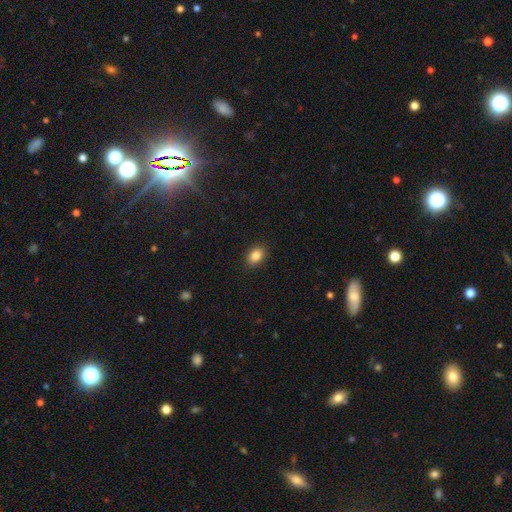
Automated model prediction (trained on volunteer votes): Overall: smooth (85%). How rounded: in between (75%). Merging: none (89%).